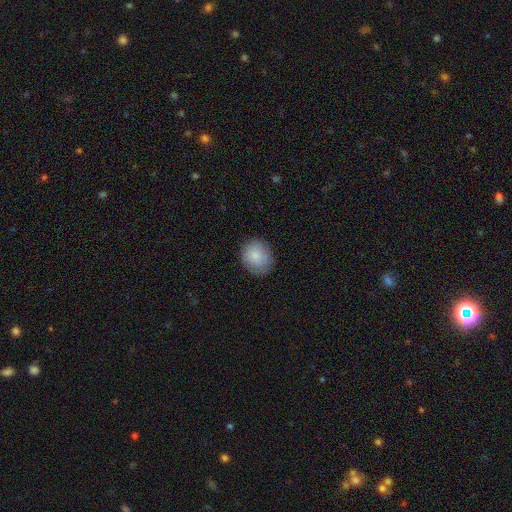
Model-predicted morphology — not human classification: A smooth galaxy with no disk features (81%) that is round (71%).

Vote fractions:
- Smooth or featured? smooth: 81% / featured or disk: 12% / star or artifact: 7%
- How rounded? round: 71% / in between: 28% / cigar-shaped: 1%
- Merging? none: 80% / minor disturbance: 16% / major disturbance: 4% / merger: 1%